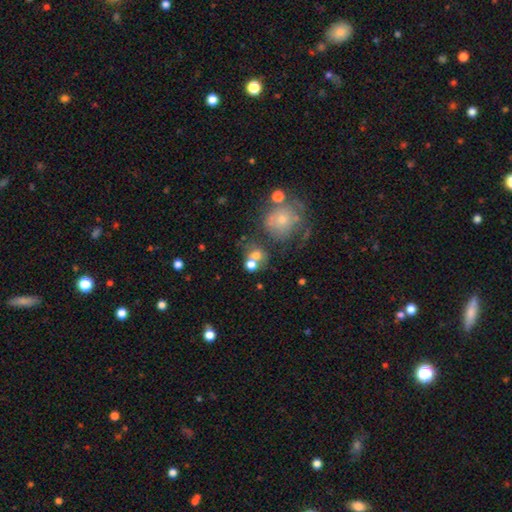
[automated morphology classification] Overall: smooth (67%). How rounded: round (76%). Merging: none (41%; merger 40%).